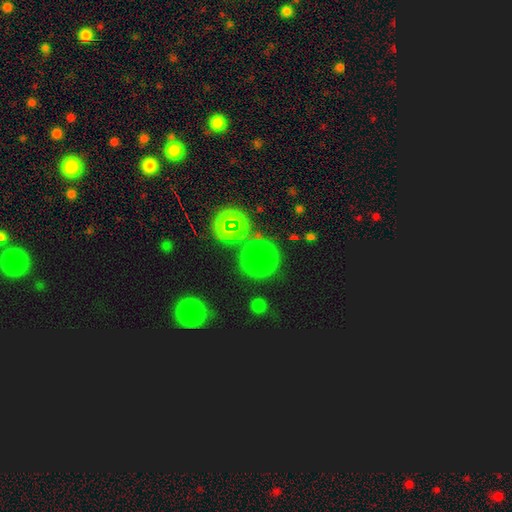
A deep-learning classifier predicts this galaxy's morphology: This appears to be a smooth galaxy with no disk features (77%) that is round (92%). Merging: none (80%).